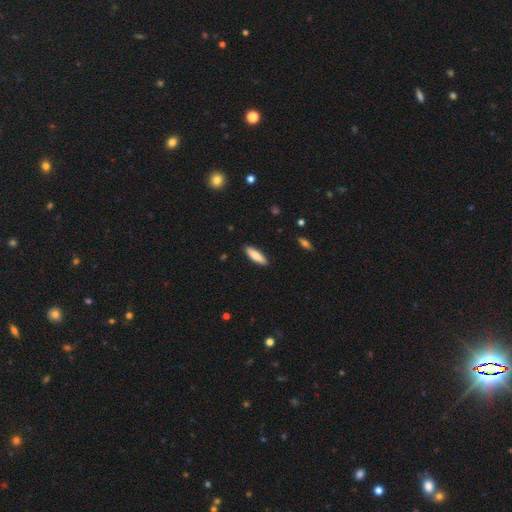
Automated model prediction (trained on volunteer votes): A smooth galaxy with no disk features (80%) that is cigar-shaped (57%).

Vote fractions:
- Smooth or featured? smooth: 80% / featured or disk: 14% / star or artifact: 6%
- How rounded? cigar-shaped: 57% / in between: 42% / round: 1%
- Merging? none: 90% / minor disturbance: 8% / major disturbance: 2% / merger: 1%